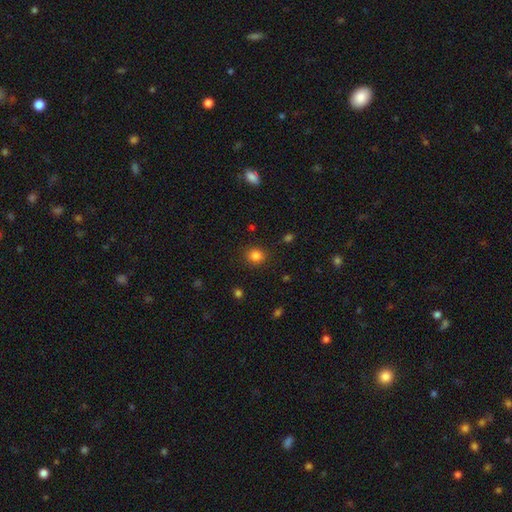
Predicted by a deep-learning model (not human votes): A smooth galaxy with no disk features (82%) that is round (80%).

Vote fractions:
- Smooth or featured? smooth: 82% / star or artifact: 13% / featured or disk: 5%
- How rounded? round: 80% / in between: 19% / cigar-shaped: 1%
- Merging? none: 87% / minor disturbance: 8% / major disturbance: 3% / merger: 1%